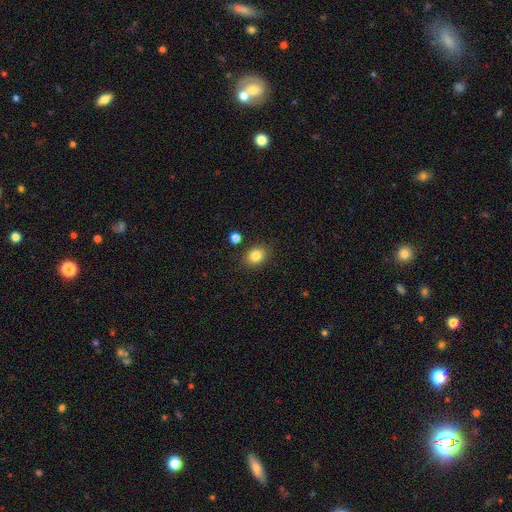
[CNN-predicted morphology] Overall: smooth (83%). How rounded: in between (55%; round 44%). Merging: none (83%).